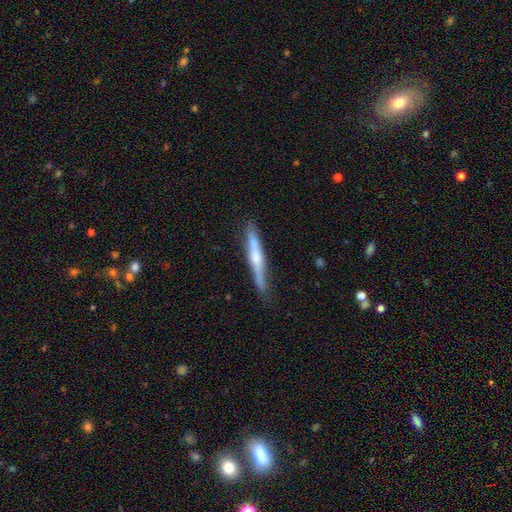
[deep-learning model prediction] featured or disk 53%, smooth 42%, star or artifact 6%. Down the decision tree: edge-on disk — yes (95%); edge-on bulge — rounded (60%); merging — none (77%).